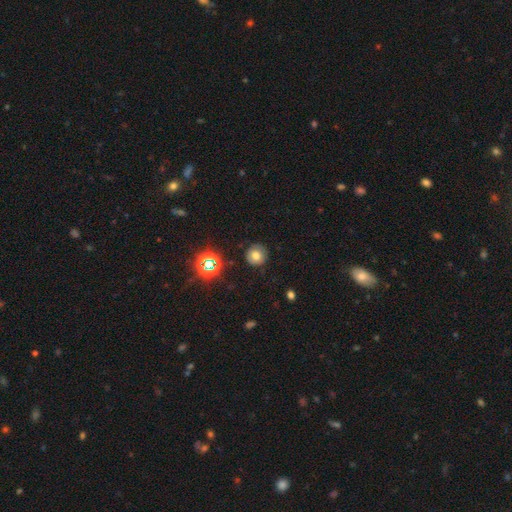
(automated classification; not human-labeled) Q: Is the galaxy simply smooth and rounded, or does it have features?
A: smooth — 68%.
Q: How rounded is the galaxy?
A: round — 93%.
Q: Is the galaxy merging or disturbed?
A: none — 87%.